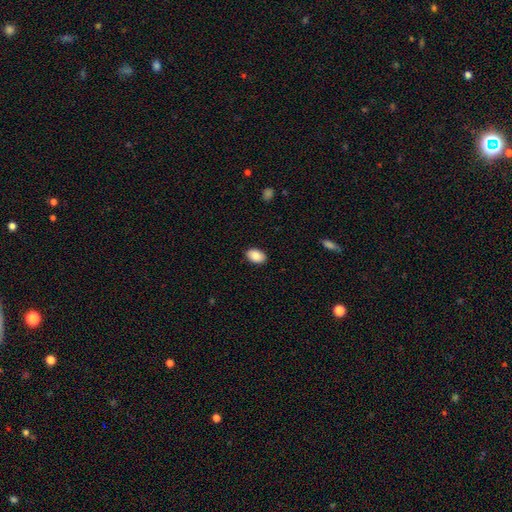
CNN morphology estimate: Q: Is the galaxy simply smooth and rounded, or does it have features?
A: smooth — 88%.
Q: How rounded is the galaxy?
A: in between — 89%.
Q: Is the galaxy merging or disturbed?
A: none — 89%.